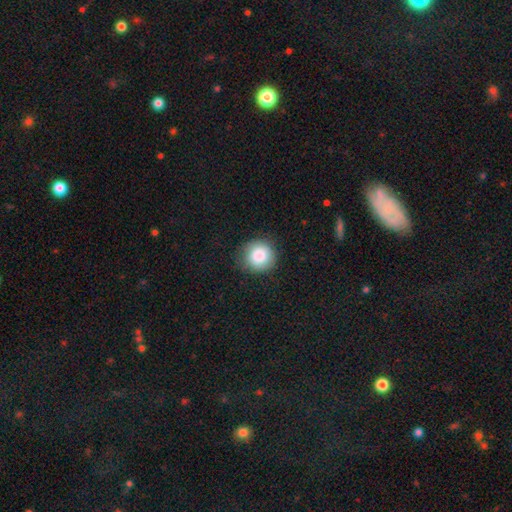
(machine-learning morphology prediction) smooth_or_featured: smooth (p=0.85) [alt: star or artifact p=0.08]
how_rounded: round (p=0.93) [alt: in between p=0.06]
merging: none (p=0.83) [alt: minor disturbance p=0.13]